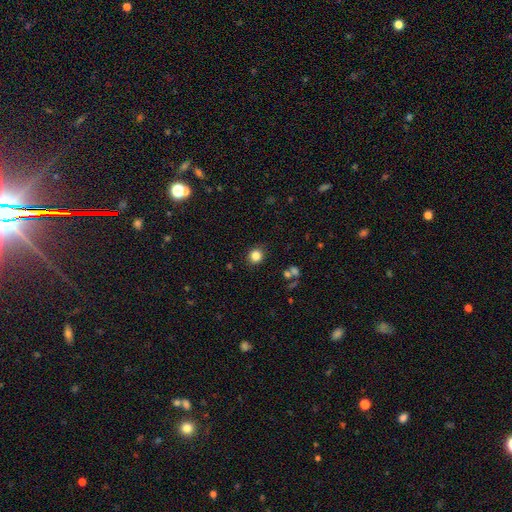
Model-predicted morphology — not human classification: smooth 83%, star or artifact 12%, featured or disk 5%. Down the decision tree: how rounded — round (87%); merging — none (88%).